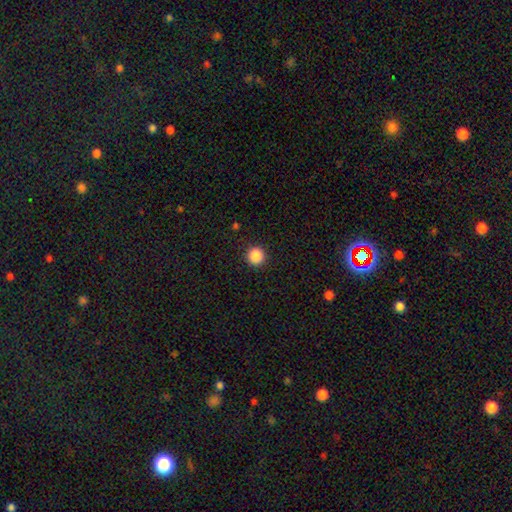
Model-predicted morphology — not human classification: smooth-or-featured: smooth: 87% | star or artifact: 10% | featured or disk: 3%
  how-rounded: round: 95% | in between: 4% | cigar-shaped: 1%
  merging: none: 92% | minor disturbance: 5% | major disturbance: 2% | merger: 1%